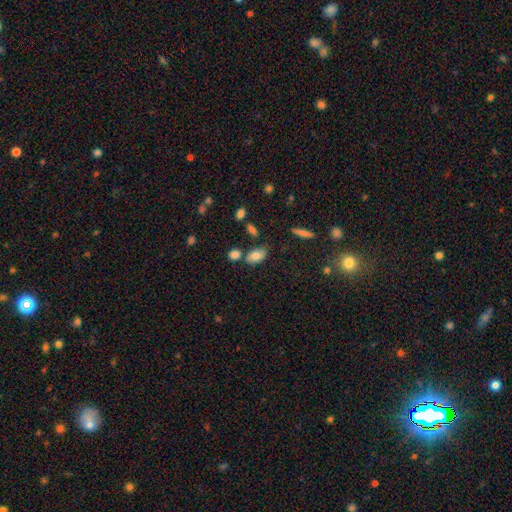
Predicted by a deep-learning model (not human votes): A smooth galaxy with no disk features (74%) that is in between round and cigar-shaped (89%). Merging: none (66%).